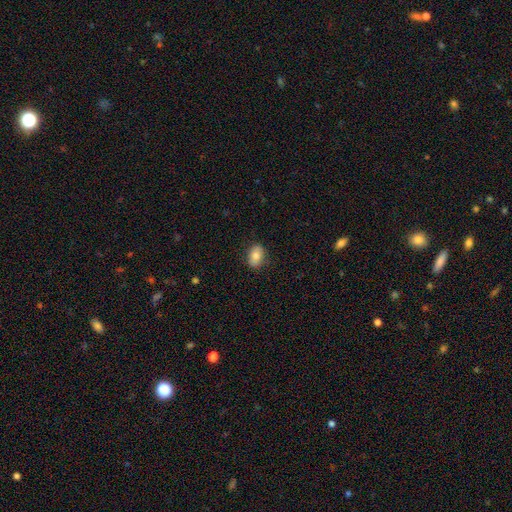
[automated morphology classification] smooth_or_featured: smooth (p=0.79) [alt: featured or disk p=0.13]
how_rounded: in between (p=0.80) [alt: round p=0.19]
merging: none (p=0.86) [alt: minor disturbance p=0.11]